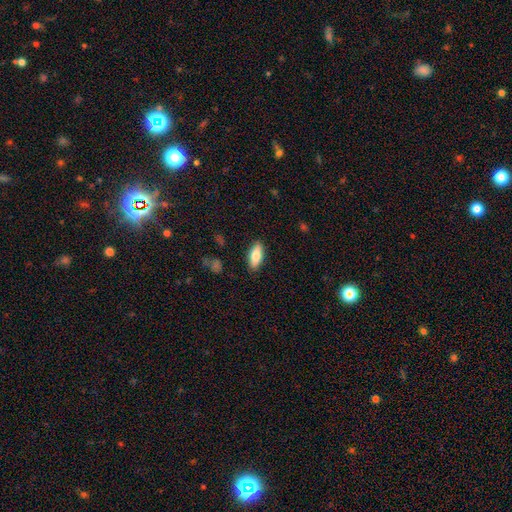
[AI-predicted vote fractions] smooth 76%, featured or disk 18%, star or artifact 6%. Down the decision tree: how rounded — in between (77%); merging — none (88%).